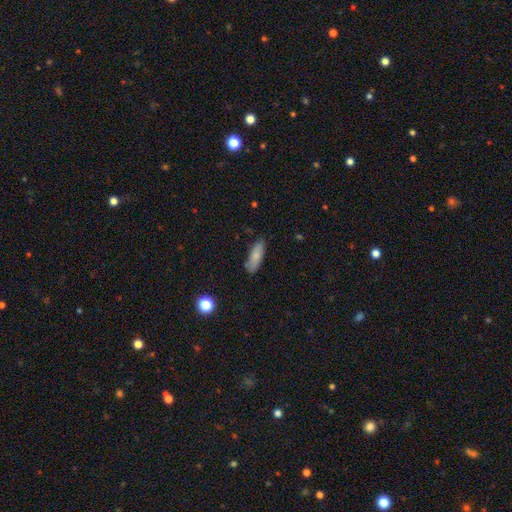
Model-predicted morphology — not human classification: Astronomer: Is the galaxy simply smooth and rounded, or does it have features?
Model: smooth — 81%.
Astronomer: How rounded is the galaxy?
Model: in between — 60% (runner-up: cigar-shaped, 38%).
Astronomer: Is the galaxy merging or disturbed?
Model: none — 80%.